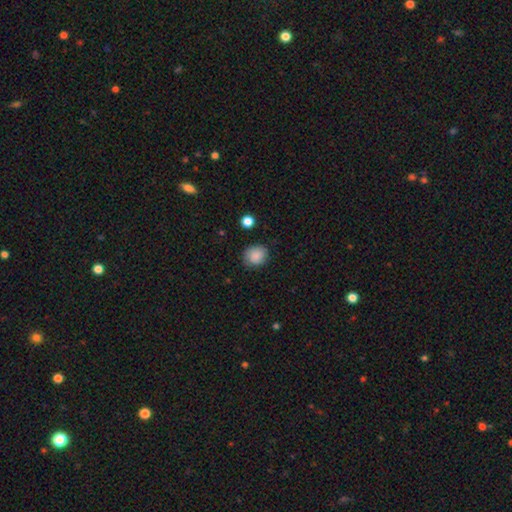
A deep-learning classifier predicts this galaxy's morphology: Smooth or featured?
  - smooth: 87% *
  - star or artifact: 9%
  - featured or disk: 5%
How rounded?
  - round: 72% *
  - in between: 27%
  - cigar-shaped: 1%
Merging?
  - none: 80% *
  - minor disturbance: 15%
  - major disturbance: 3%
  - merger: 2%